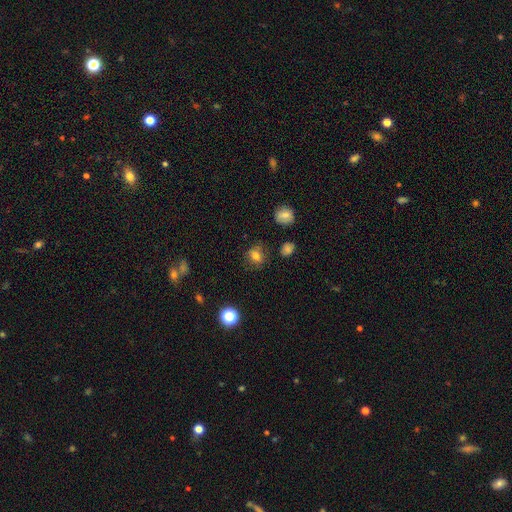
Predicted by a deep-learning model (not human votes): Smooth or featured?
  - smooth: 72% *
  - star or artifact: 17%
  - featured or disk: 11%
How rounded?
  - round: 64% *
  - in between: 35%
  - cigar-shaped: 1%
Merging?
  - none: 77% *
  - minor disturbance: 15%
  - major disturbance: 5%
  - merger: 3%